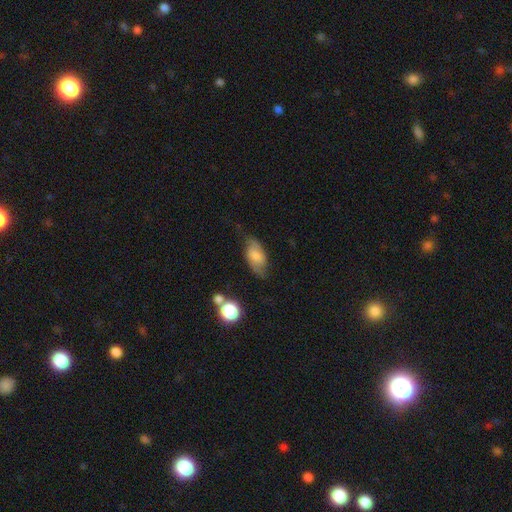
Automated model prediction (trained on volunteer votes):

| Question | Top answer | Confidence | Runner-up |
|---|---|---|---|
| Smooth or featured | smooth | 49% | featured or disk (42%) |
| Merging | none | 63% | minor disturbance (25%) |